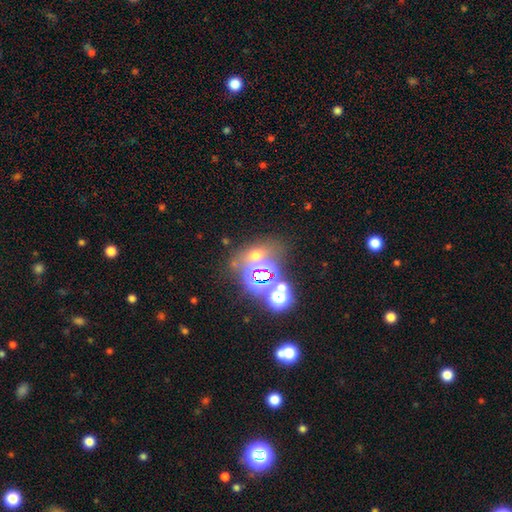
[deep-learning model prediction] smooth-or-featured: smooth: 46% | star or artifact: 41% | featured or disk: 13%
  merging: none: 58% | merger: 24% | minor disturbance: 11% | major disturbance: 7%